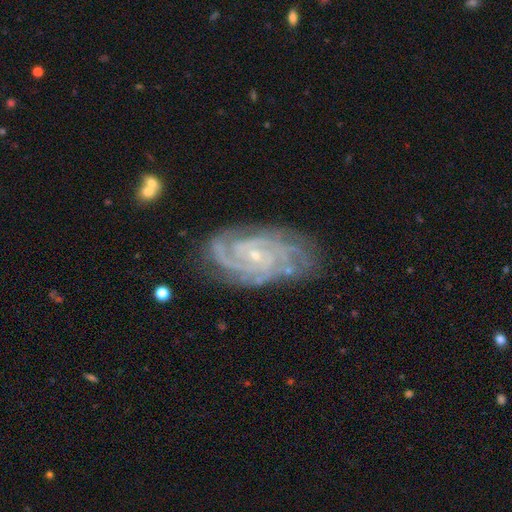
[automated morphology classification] This is clearly a featured or disk galaxy (90%). It is clearly not viewed edge-on (97%). Bar: likely no (66%). Spiral arm pattern: clearly yes (98%). Spiral arm count: marginally 3 (27%). Spiral winding: likely tight (72%). Central bulge: clearly small (81%). Merging: likely none (74%).